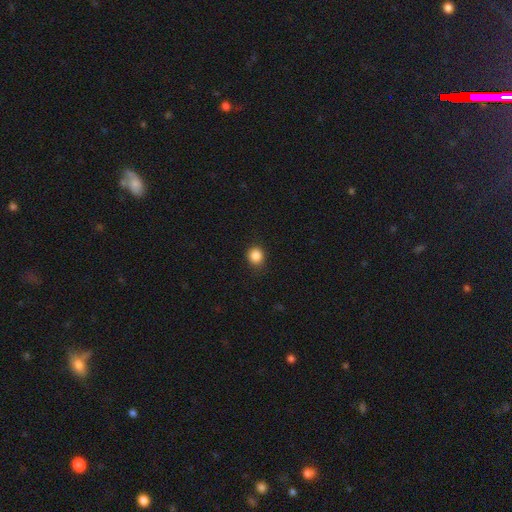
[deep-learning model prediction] The model was most divided on "how rounded": round: 82%, in between: 17%, cigar-shaped: 1%. More confident: smooth or featured — smooth (86%); merging — none (85%).